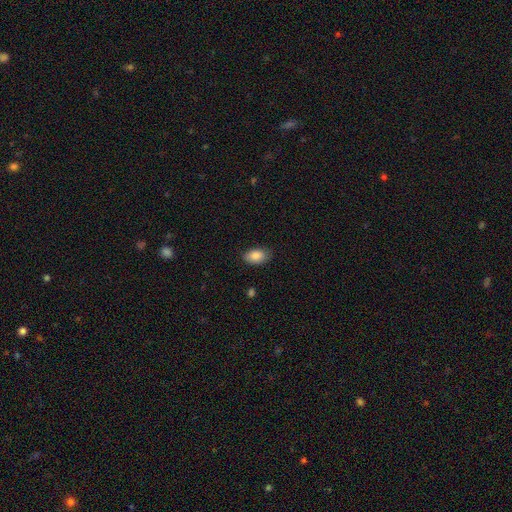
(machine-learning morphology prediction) smooth-or-featured: smooth: 87% | star or artifact: 7% | featured or disk: 6%
  how-rounded: in between: 90% | round: 8% | cigar-shaped: 1%
  merging: none: 80% | minor disturbance: 16% | major disturbance: 3% | merger: 1%